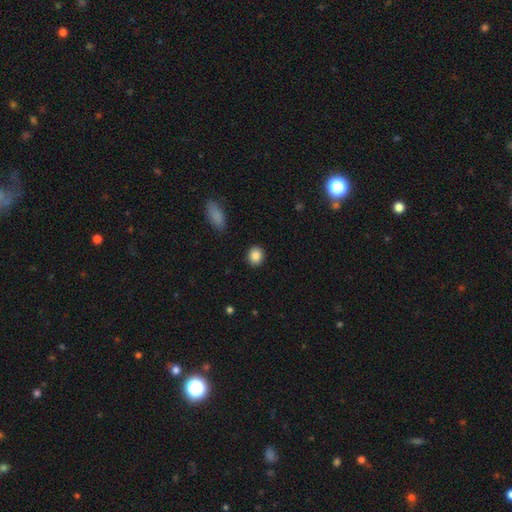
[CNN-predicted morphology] Smooth or featured? smooth (87%)
How rounded? round (75%)
Merging? none (90%)